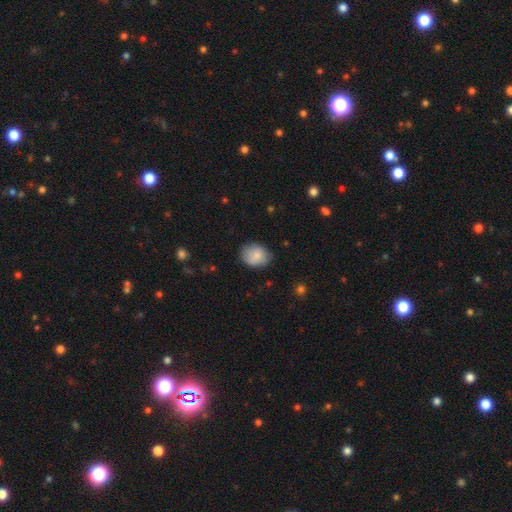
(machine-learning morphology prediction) Smooth or featured: smooth — 83% (featured or disk — 10%)
How rounded: round — 53% (in between — 46%)
Merging: none — 72% (minor disturbance — 22%)